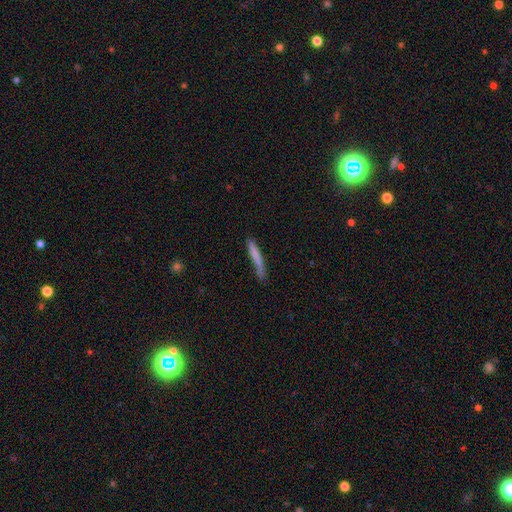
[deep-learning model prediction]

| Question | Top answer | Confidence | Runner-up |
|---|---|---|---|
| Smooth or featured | smooth | 73% | featured or disk (21%) |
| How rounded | cigar-shaped | 95% | in between (3%) |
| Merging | none | 65% | minor disturbance (24%) |